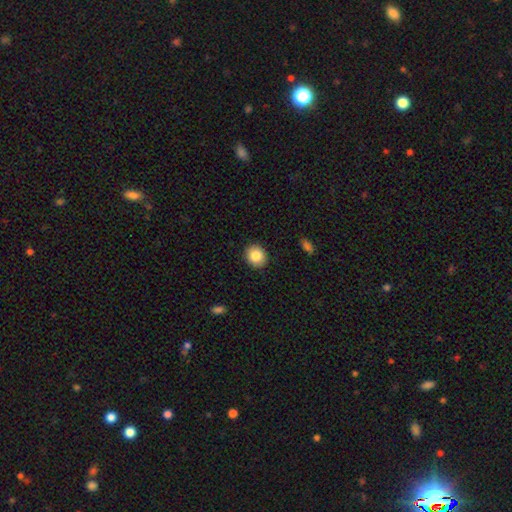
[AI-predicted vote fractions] Smooth or featured?
  - smooth: 85% *
  - star or artifact: 8%
  - featured or disk: 7%
How rounded?
  - round: 77% *
  - in between: 22%
  - cigar-shaped: 1%
Merging?
  - none: 91% *
  - minor disturbance: 7%
  - major disturbance: 2%
  - merger: 1%